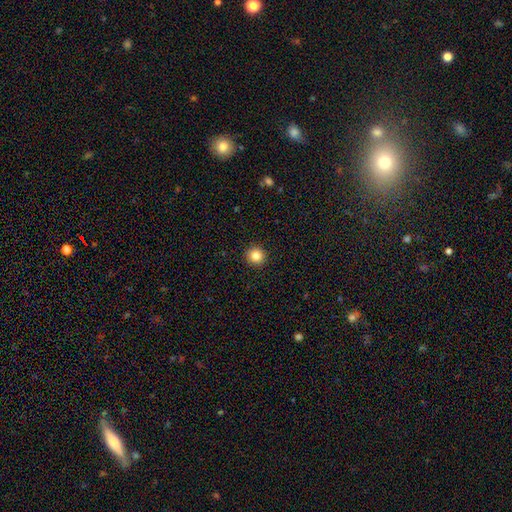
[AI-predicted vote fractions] A smooth galaxy with no disk features (84%) that is round (94%). Merging: none (93%).